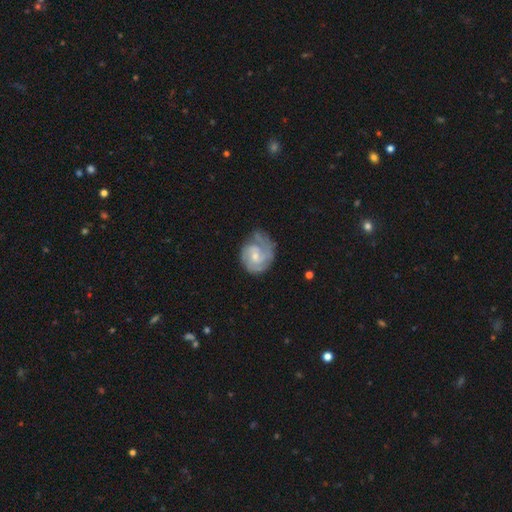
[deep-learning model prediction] featured or disk 77%, smooth 18%, star or artifact 6%. Down the decision tree: edge-on disk — no (98%); bar — no (57%); spiral arms — yes (92%); spiral arm count — 2 (34%); spiral winding — tight (49%); bulge size — small (54%); merging — none (53%).